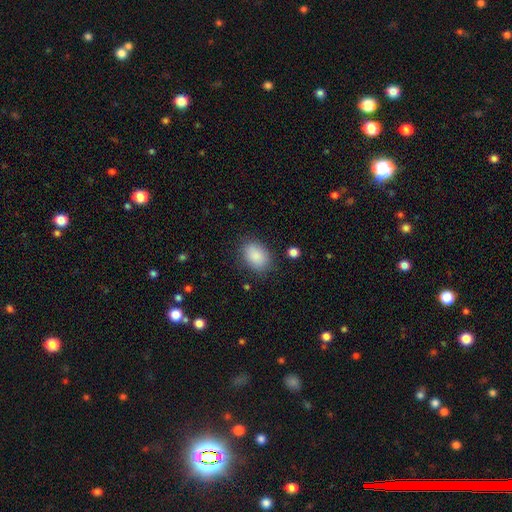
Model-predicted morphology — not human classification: type=smooth (88%); roundness=in between (80%); merging=none (81%).